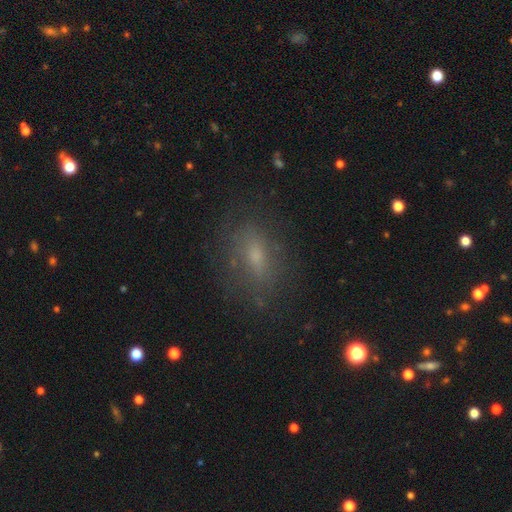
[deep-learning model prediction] A smooth galaxy with no disk features (56%) that is in between round and cigar-shaped (75%). Merging: none (75%).